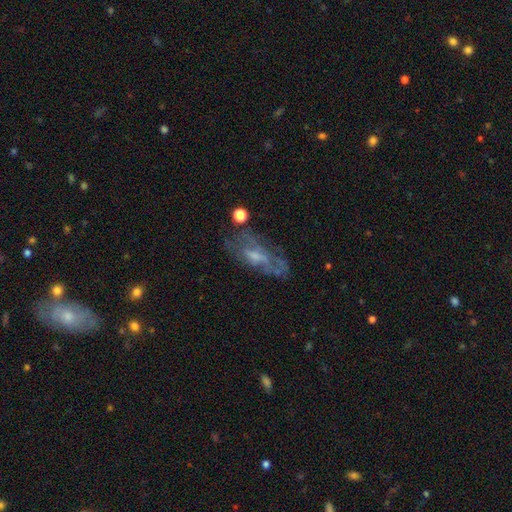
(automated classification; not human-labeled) Morphology: type=featured or disk (61%); edge-on=no (85%); bar=no (57%); spiral arms=no (51%); bulge=small (42%); merging=none (54%).